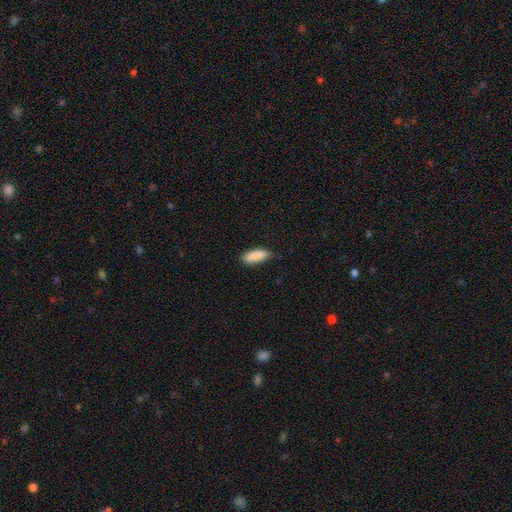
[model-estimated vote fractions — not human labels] A smooth galaxy with no disk features (89%) that is in between round and cigar-shaped (72%). Merging: none (74%).